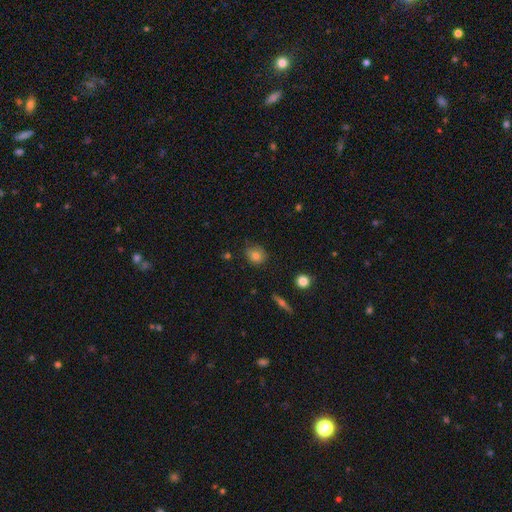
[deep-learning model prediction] The model was most divided on "how rounded": round: 68%, in between: 30%, cigar-shaped: 1%. More confident: smooth or featured — smooth (80%); merging — none (70%).